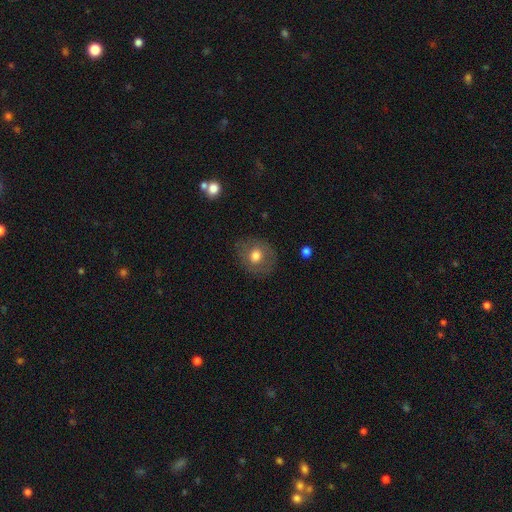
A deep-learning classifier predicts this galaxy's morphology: A smooth galaxy with no disk features (65%) that is round (71%). Merging: none (82%).